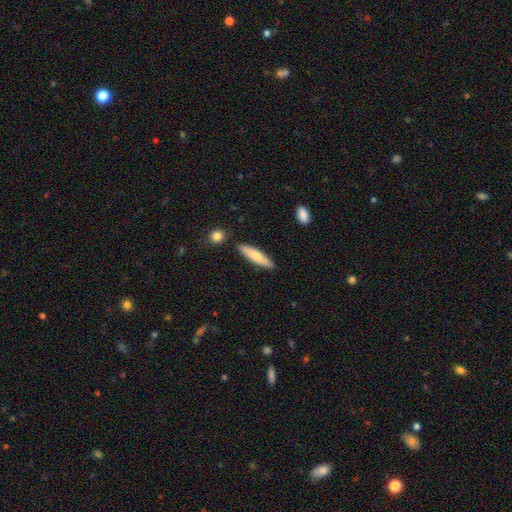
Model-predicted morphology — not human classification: type=smooth (71%); roundness=cigar-shaped (81%); merging=none (87%).